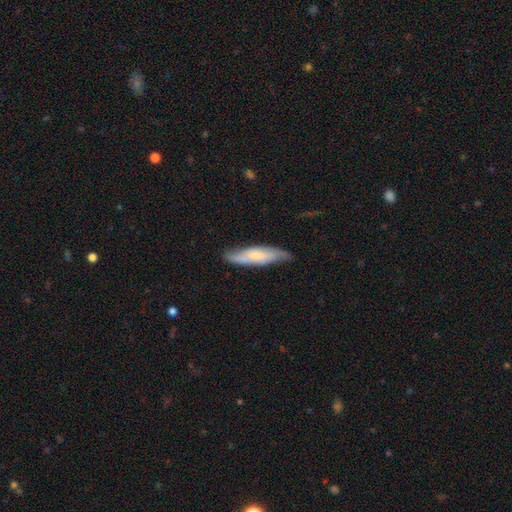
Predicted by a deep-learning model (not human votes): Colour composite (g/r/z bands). It shows a featured or disk galaxy (48%). Merging: none (77%).